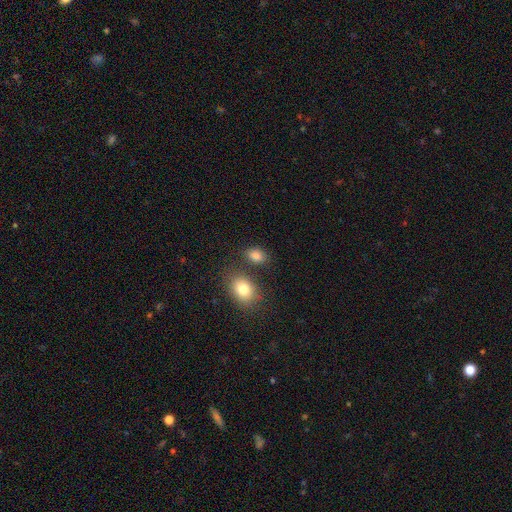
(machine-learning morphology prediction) A smooth galaxy with no disk features (83%) that is in between round and cigar-shaped (75%). Merging: none (73%).